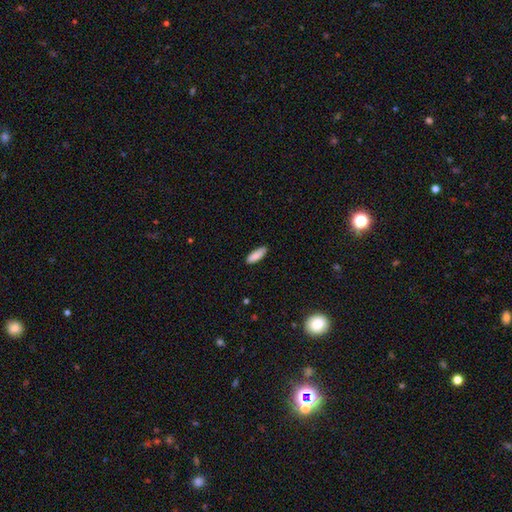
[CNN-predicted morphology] Smooth or featured? Predicted: smooth (p=0.88). How rounded? Predicted: in between (p=0.64). Merging? Predicted: none (p=0.83).